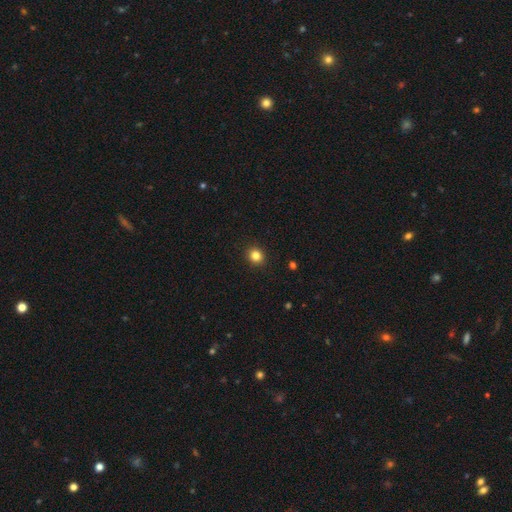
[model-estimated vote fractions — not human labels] This appears to be a smooth galaxy with no disk features (83%) that is round (82%). Merging: none (92%).